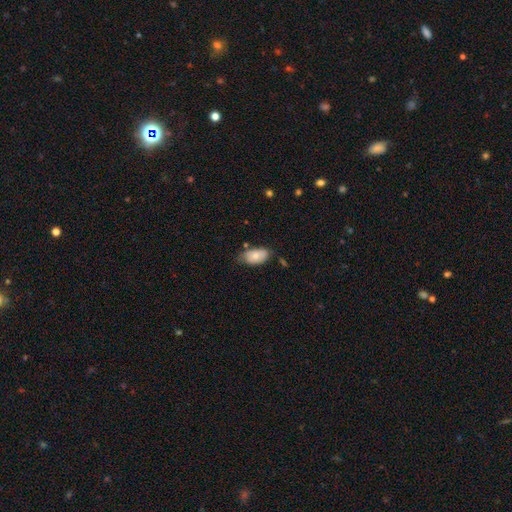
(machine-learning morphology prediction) smooth 75%, featured or disk 19%, star or artifact 7%. Down the decision tree: how rounded — in between (93%); merging — none (60%).